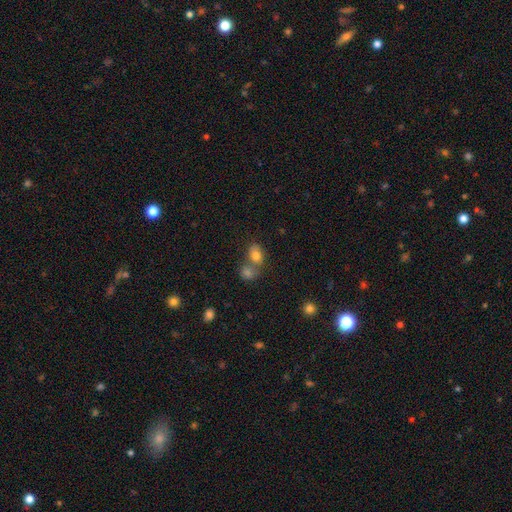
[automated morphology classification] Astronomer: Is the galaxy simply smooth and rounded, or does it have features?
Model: smooth — 78%.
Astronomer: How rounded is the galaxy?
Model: in between — 64%.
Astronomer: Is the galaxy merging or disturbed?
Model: merger — 50% (runner-up: none, 36%).